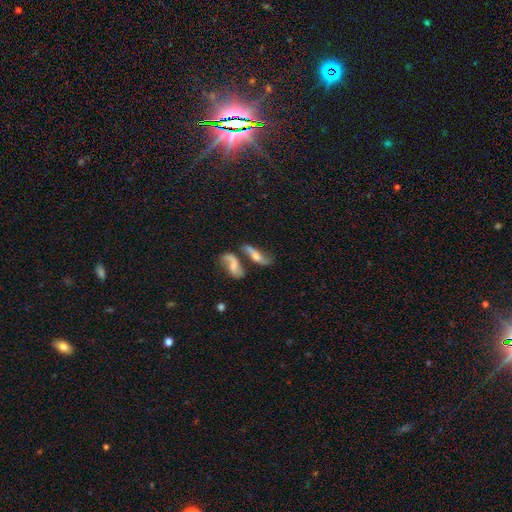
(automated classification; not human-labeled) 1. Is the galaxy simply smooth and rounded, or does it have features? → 57% featured or disk, 33% smooth, 10% star or artifact.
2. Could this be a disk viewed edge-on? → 67% no, 33% yes.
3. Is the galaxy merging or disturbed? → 41% merger, 36% none, 13% minor disturbance, 11% major disturbance.